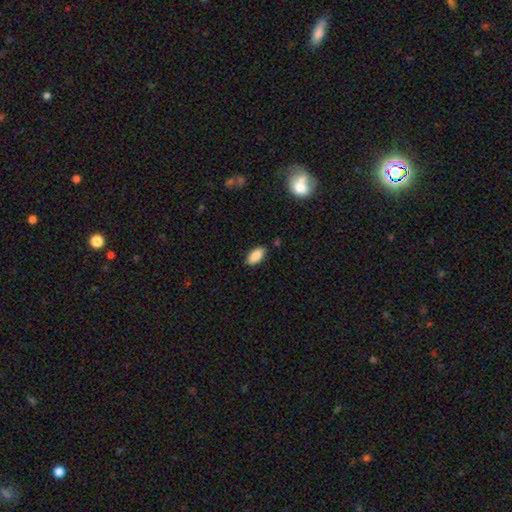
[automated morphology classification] Smooth or featured: smooth — 88% (star or artifact — 7%)
How rounded: in between — 91% (cigar-shaped — 7%)
Merging: none — 87% (minor disturbance — 10%)